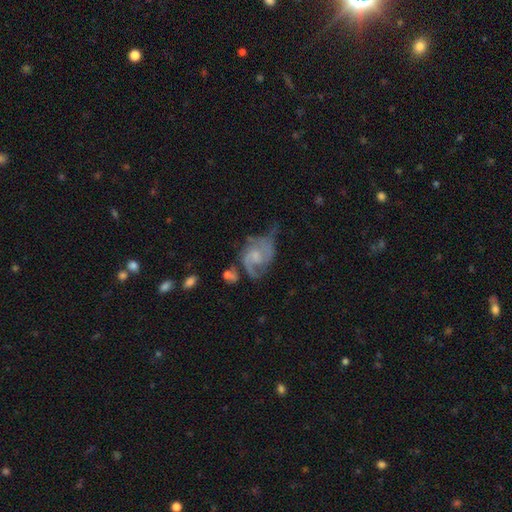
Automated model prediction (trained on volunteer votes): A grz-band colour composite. It shows a featured or disk galaxy (78%) with no bar (57%), 2 (72%) medium (47%) spiral arms (92%) and a small central bulge (44%). Merging: none (39%).